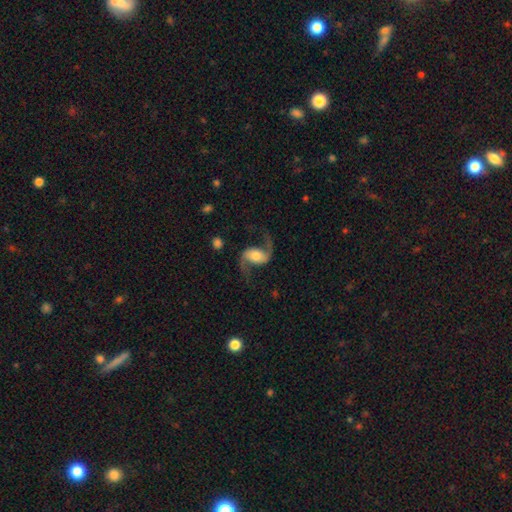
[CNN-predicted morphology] Smooth or featured? featured or disk (89%)
Edge-on disk? no (97%)
Bar? no (42%)
Spiral arms? yes (97%)
Spiral winding? loose (80%)
Spiral arm count? 2 (94%)
Bulge size? moderate (54%)
Merging? none (77%)